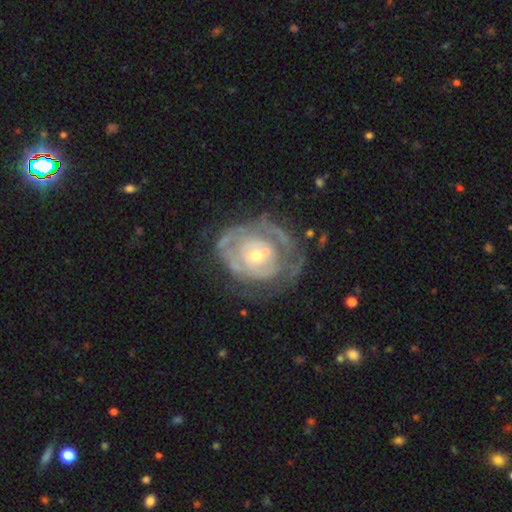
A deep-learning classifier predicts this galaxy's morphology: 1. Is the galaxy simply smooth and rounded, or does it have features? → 74% featured or disk, 20% smooth, 6% star or artifact.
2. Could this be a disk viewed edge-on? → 97% no, 3% yes.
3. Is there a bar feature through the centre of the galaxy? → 85% no, 12% weak, 3% strong.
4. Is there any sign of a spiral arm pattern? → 54% yes, 46% no.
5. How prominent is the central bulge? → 49% moderate, 45% small, 3% large, 1% none, 1% dominant.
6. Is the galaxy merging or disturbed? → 39% none, 27% major disturbance, 23% minor disturbance, 11% merger.